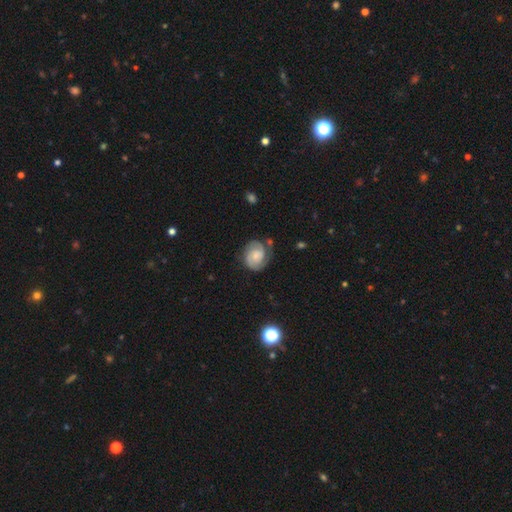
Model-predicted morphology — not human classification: The model was most divided on "bulge size": small: 46%, moderate: 28%, none: 17%, large: 6%, dominant: 2%. More confident: edge-on disk — no (98%); spiral arms — yes (95%); spiral arm count — 2 (83%); smooth or featured — featured or disk (75%); merging — none (70%); bar — no (63%); spiral winding — tight (55%).